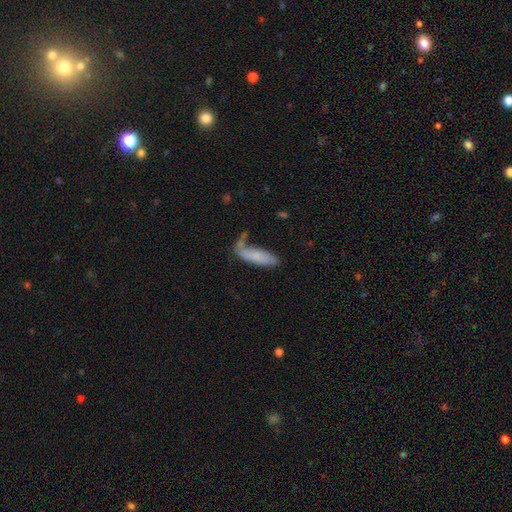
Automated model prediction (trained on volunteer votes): This appears to be a smooth galaxy with no disk features (76%) that is cigar-shaped (54%). Merging: none (54%).